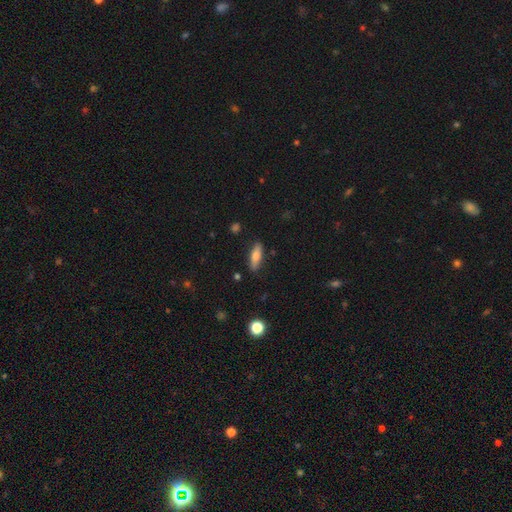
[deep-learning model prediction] Morphology: type=smooth (71%); roundness=cigar-shaped (49%); merging=none (85%).